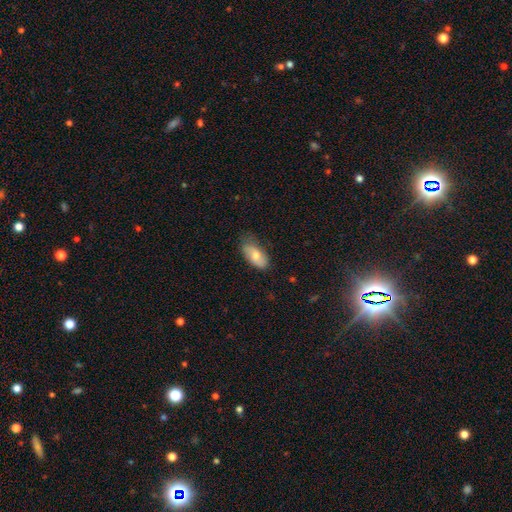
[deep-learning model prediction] This appears to be a smooth galaxy with no disk features (73%) that is in between round and cigar-shaped (91%). Merging: none (62%).